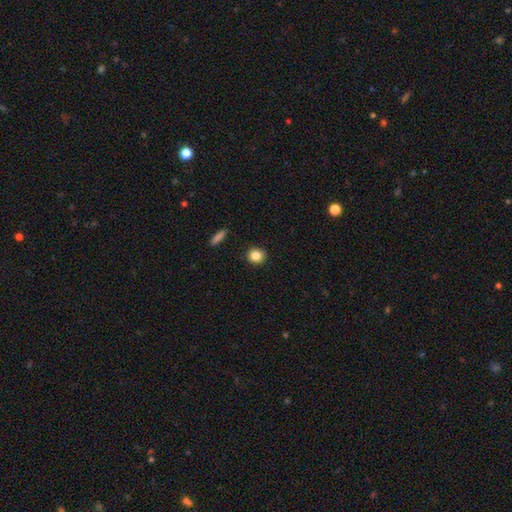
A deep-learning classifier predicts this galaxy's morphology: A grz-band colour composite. It shows a smooth galaxy with no disk features (84%) that is round (87%). Merging: none (91%).